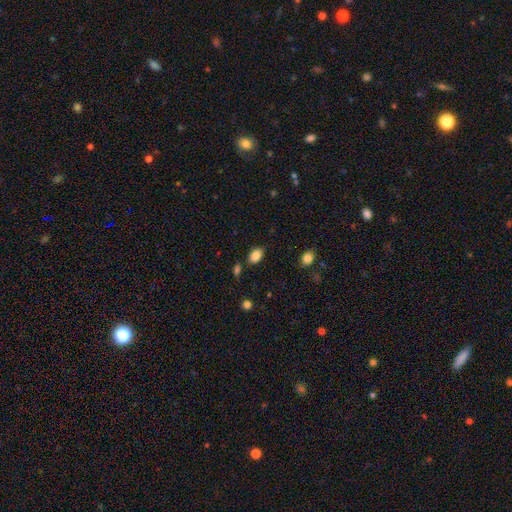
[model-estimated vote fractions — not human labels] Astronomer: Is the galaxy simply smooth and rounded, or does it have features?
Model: smooth — 85%.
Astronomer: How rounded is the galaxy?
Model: in between — 86%.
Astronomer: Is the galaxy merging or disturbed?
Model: none — 78%.